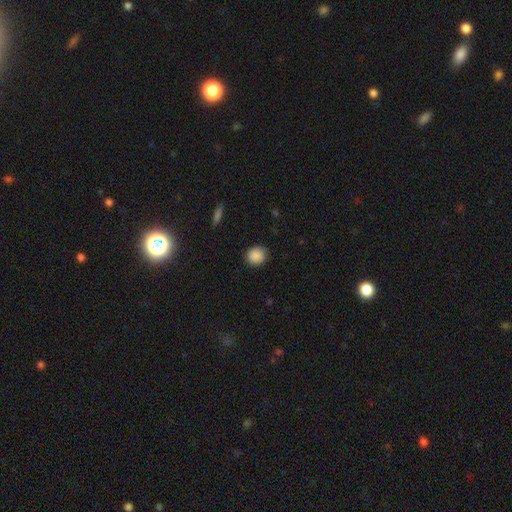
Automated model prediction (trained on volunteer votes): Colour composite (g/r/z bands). It shows a smooth galaxy with no disk features (88%) that is round (86%). Merging: none (87%).